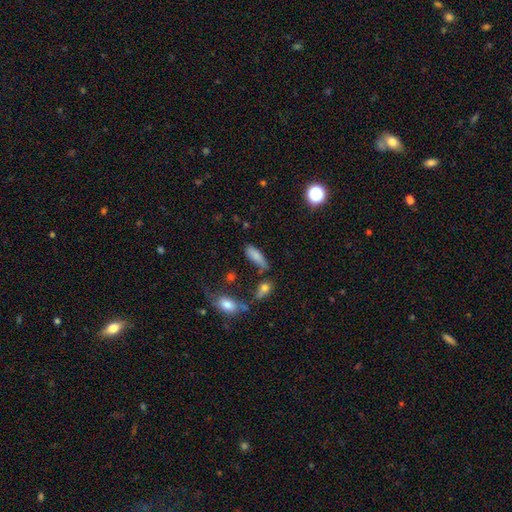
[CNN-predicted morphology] A smooth galaxy with no disk features (80%) that is in between round and cigar-shaped (56%). Merging: none (63%).